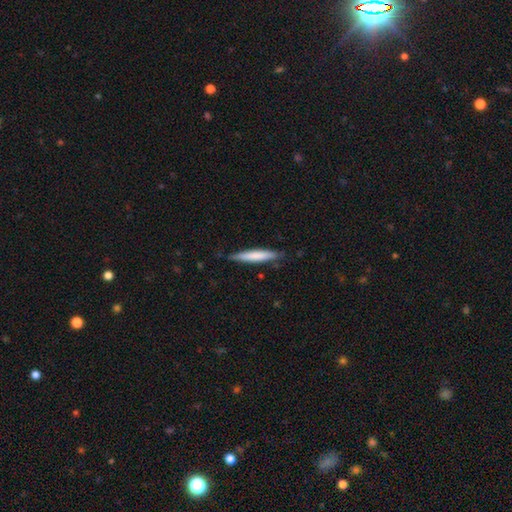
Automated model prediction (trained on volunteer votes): Overall: smooth (72%). How rounded: cigar-shaped (92%). Merging: none (83%).